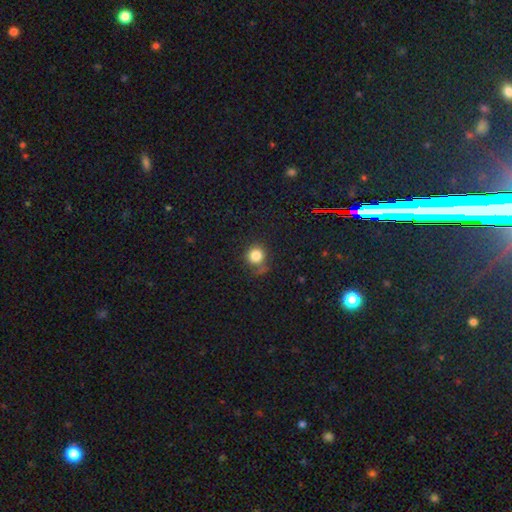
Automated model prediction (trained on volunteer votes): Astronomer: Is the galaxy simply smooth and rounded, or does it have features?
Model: smooth — 83%.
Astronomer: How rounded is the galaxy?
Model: round — 91%.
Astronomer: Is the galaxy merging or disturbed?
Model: none — 72%.